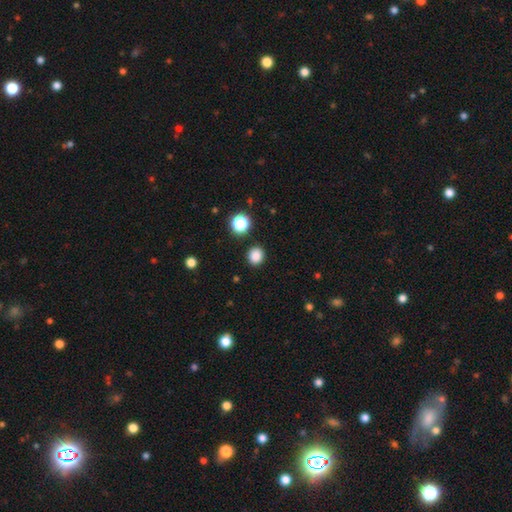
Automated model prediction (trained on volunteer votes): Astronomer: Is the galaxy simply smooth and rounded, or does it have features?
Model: smooth — 85%.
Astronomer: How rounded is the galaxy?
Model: round — 82%.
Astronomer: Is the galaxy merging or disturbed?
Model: none — 89%.